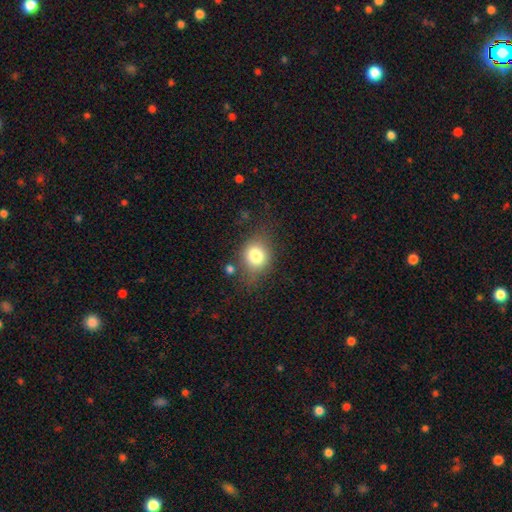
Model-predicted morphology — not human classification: Smooth or featured? smooth (77%)
How rounded? round (59%)
Merging? none (68%)